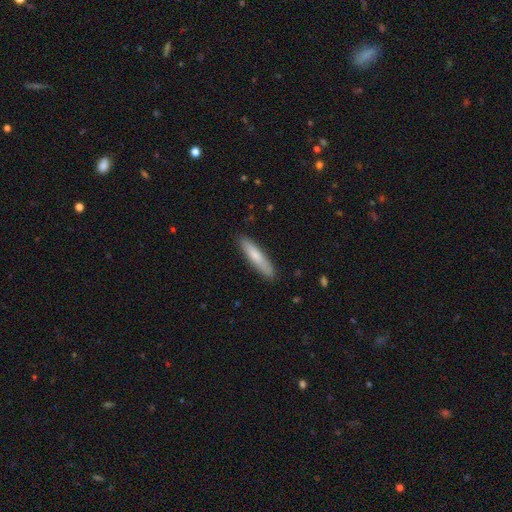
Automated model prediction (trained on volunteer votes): Q: Smooth or featured?
A: smooth (75%); runner-up: featured or disk (20%)
Q: How rounded?
A: cigar-shaped (86%); runner-up: in between (13%)
Q: Merging?
A: none (88%); runner-up: minor disturbance (10%)